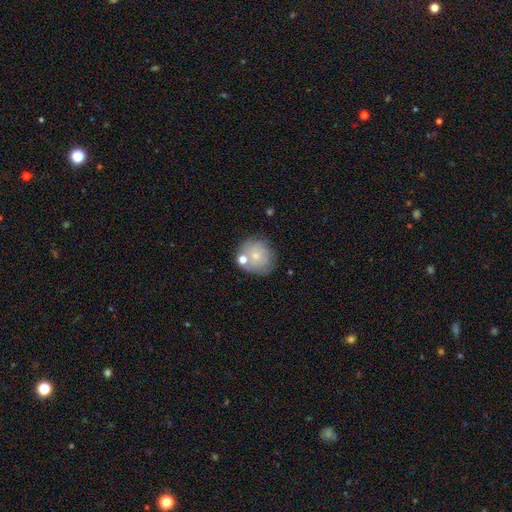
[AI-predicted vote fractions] smooth 67%, featured or disk 24%, star or artifact 9%. Down the decision tree: how rounded — round (86%); merging — none (65%).